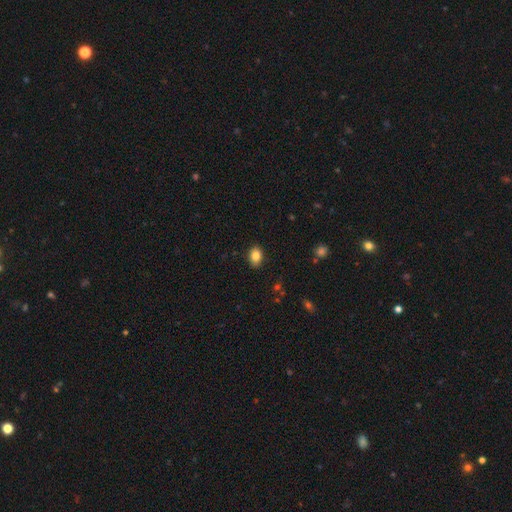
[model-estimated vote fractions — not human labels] A smooth galaxy with no disk features (85%) that is in between round and cigar-shaped (77%). Merging: none (87%).